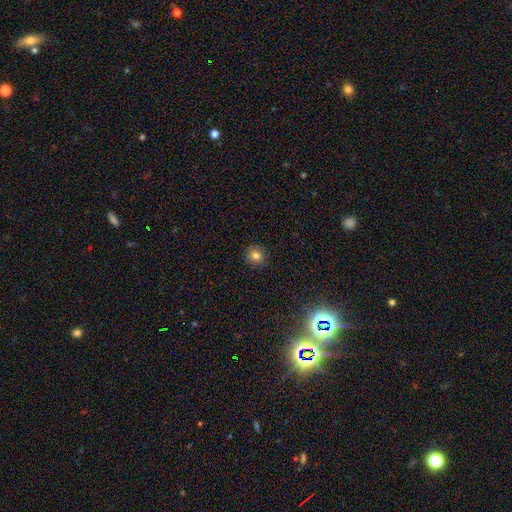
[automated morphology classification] Smooth or featured: smooth — 80% (star or artifact — 13%)
How rounded: round — 92% (in between — 7%)
Merging: none — 91% (minor disturbance — 7%)